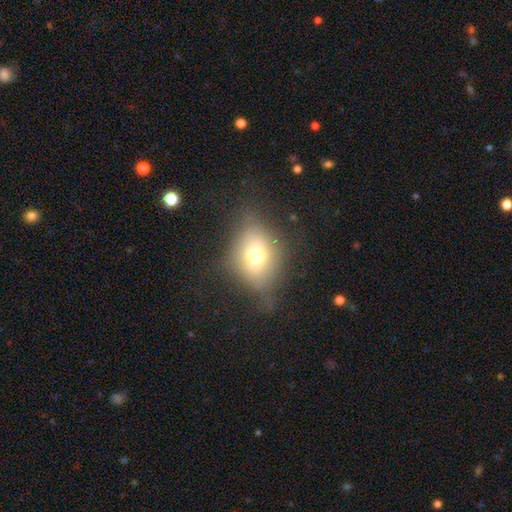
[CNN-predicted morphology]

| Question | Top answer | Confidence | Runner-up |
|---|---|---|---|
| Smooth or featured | smooth | 59% | featured or disk (28%) |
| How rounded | in between | 53% | round (44%) |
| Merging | none | 60% | minor disturbance (24%) |